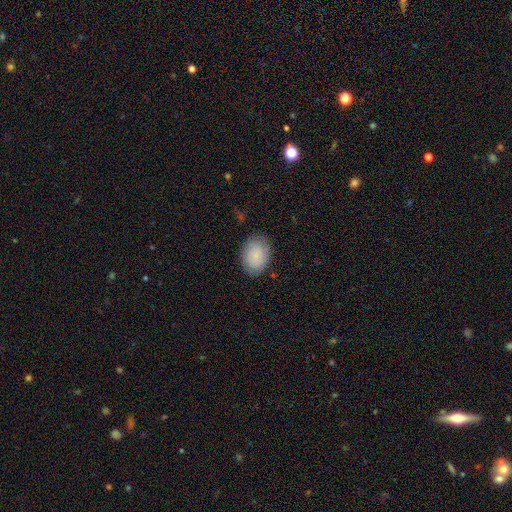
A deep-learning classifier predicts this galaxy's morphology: Smooth or featured? Predicted: smooth (p=0.80). How rounded? Predicted: in between (p=0.79). Merging? Predicted: none (p=0.82).